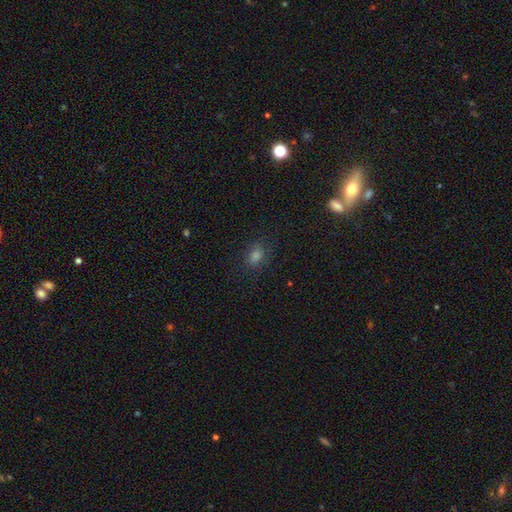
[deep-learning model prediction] smooth 69%, star or artifact 22%, featured or disk 9%. Down the decision tree: how rounded — in between (58%); merging — none (82%).